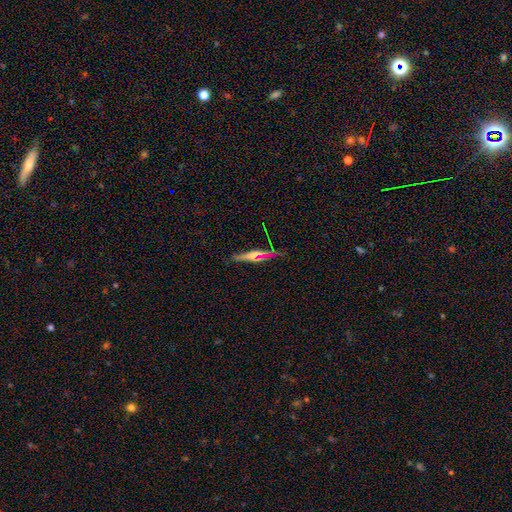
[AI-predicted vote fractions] smooth-or-featured: smooth: 46% | featured or disk: 42% | star or artifact: 12%
  merging: none: 82% | minor disturbance: 13% | major disturbance: 3% | merger: 2%